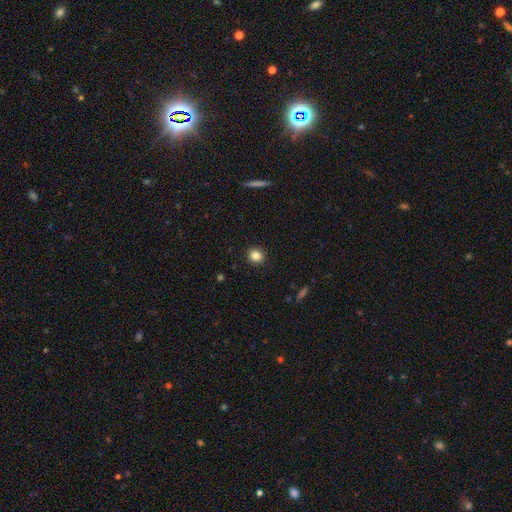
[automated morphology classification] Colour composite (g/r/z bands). It shows a smooth galaxy with no disk features (83%) that is round (86%). Merging: none (92%).